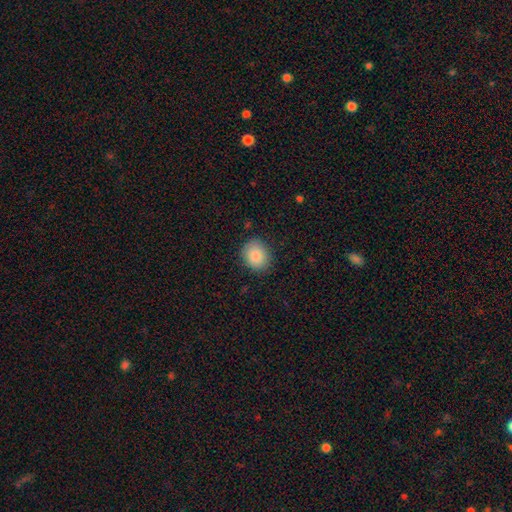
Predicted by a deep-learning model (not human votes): Overall: smooth (86%). How rounded: round (64%; in between 36%). Merging: none (85%).